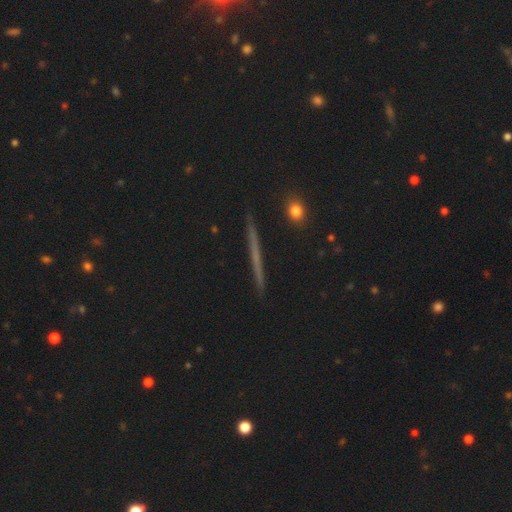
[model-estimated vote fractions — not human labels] Smooth or featured? featured or disk (42%)
Merging? none (92%)